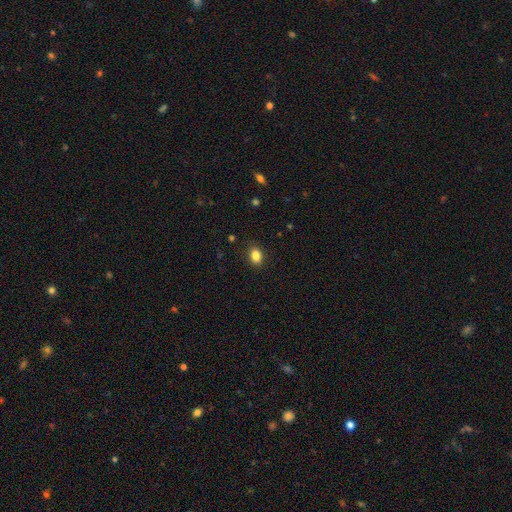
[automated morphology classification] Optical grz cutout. It shows a smooth galaxy with no disk features (85%) that is in between round and cigar-shaped (73%). Merging: none (87%).